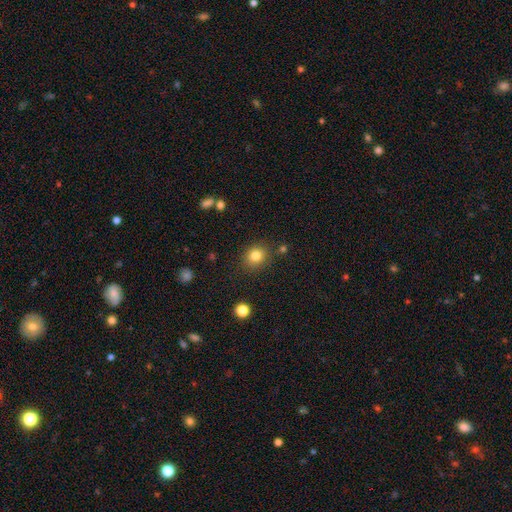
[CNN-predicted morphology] This is clearly a smooth galaxy (82%). How rounded: likely round (77%). Merging: clearly none (84%).